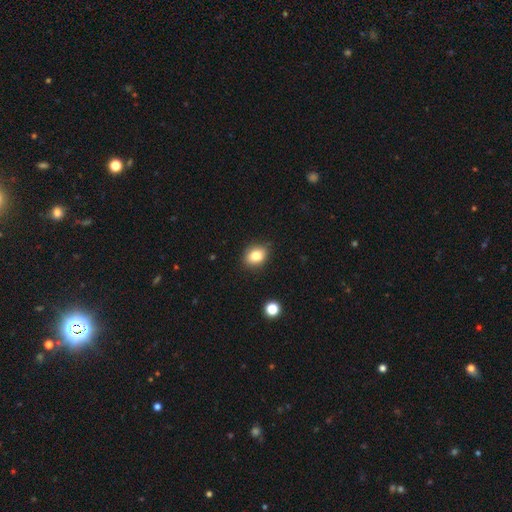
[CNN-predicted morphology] smooth_or_featured: smooth (p=0.81) [alt: star or artifact p=0.10]
how_rounded: in between (p=0.60) [alt: round p=0.39]
merging: none (p=0.85) [alt: minor disturbance p=0.12]